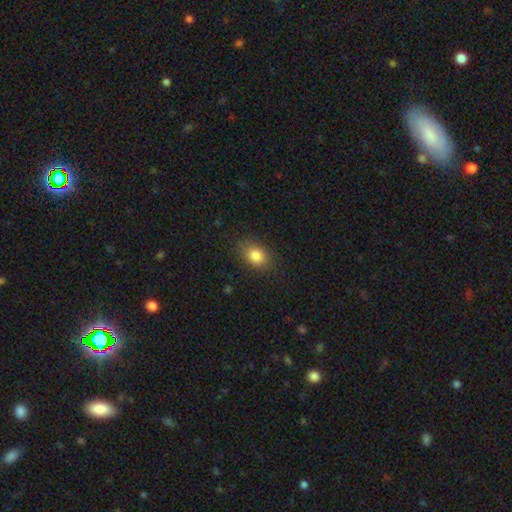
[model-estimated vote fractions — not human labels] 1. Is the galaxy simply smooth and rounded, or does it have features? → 83% smooth, 10% star or artifact, 8% featured or disk.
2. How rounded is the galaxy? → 73% in between, 25% round, 2% cigar-shaped.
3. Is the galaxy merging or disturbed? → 83% none, 12% minor disturbance, 3% major disturbance, 1% merger.